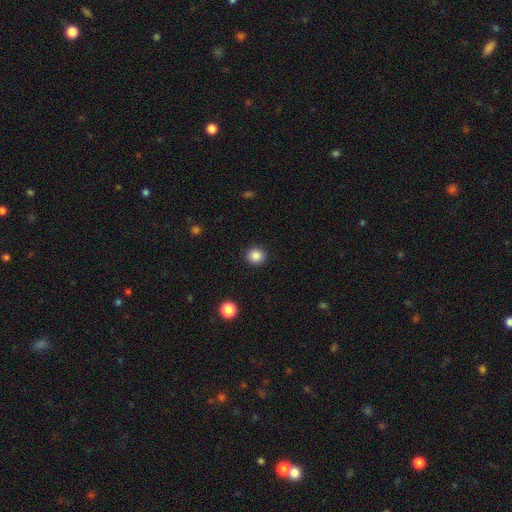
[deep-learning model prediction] The model was most divided on "smooth or featured": smooth: 86%, star or artifact: 10%, featured or disk: 4%. More confident: merging — none (92%); how rounded — round (90%).